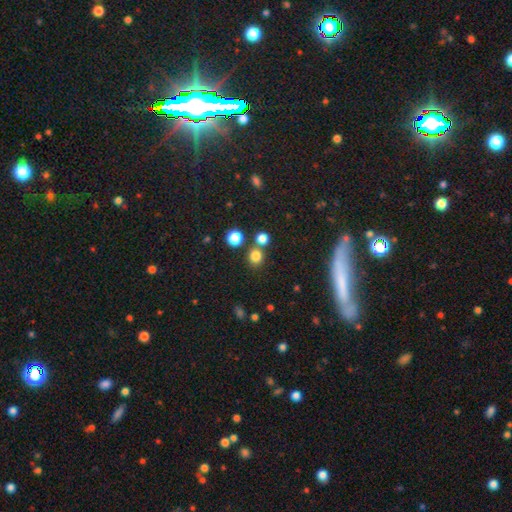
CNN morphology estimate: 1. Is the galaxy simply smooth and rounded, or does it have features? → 78% smooth, 17% star or artifact, 5% featured or disk.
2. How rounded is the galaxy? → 86% round, 13% in between, 1% cigar-shaped.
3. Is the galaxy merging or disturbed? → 71% none, 19% merger, 7% minor disturbance, 3% major disturbance.